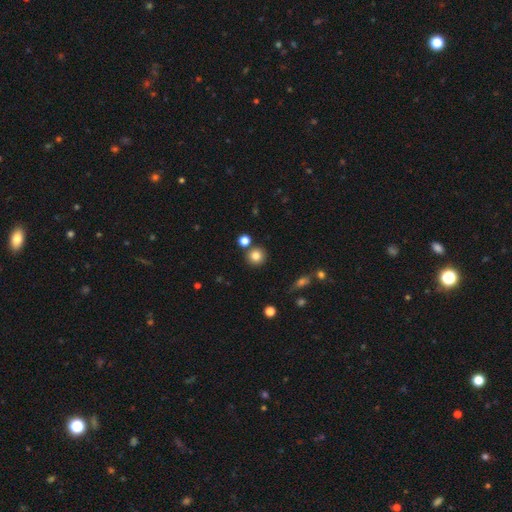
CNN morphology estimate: Overall: smooth (81%). How rounded: round (92%). Merging: none (82%).